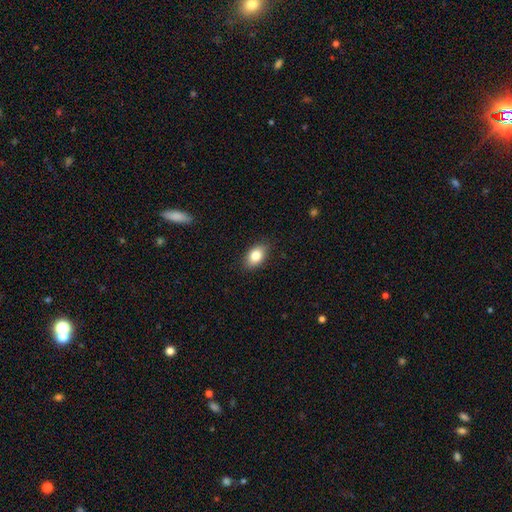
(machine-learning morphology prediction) Overall: smooth (82%). How rounded: in between (87%). Merging: none (87%).